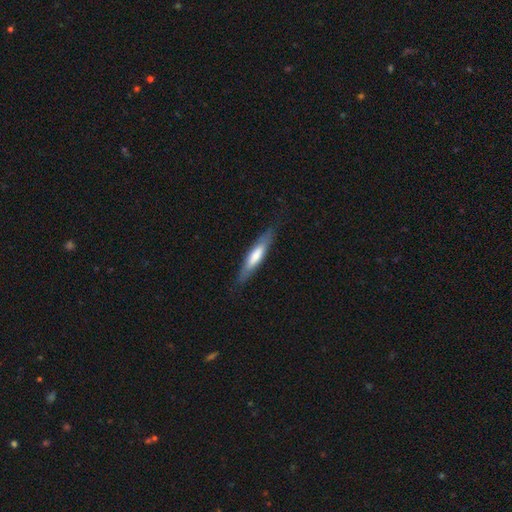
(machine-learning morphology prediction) smooth 59%, featured or disk 35%, star or artifact 5%. Down the decision tree: how rounded — cigar-shaped (80%); merging — none (83%).